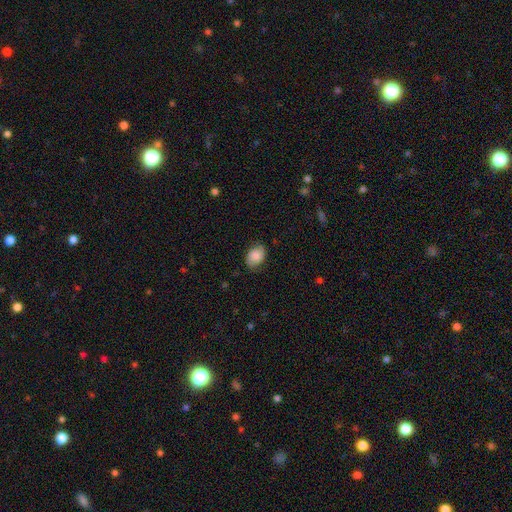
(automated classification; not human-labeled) The model was most divided on "how rounded": in between: 76%, round: 23%, cigar-shaped: 1%. More confident: smooth or featured — smooth (81%); merging — none (74%).